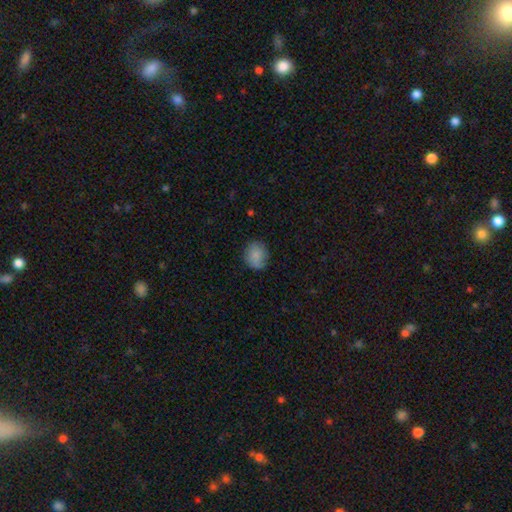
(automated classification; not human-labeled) smooth_or_featured: smooth (p=0.84) [alt: featured or disk p=0.08]
how_rounded: round (p=0.68) [alt: in between p=0.31]
merging: none (p=0.74) [alt: minor disturbance p=0.20]